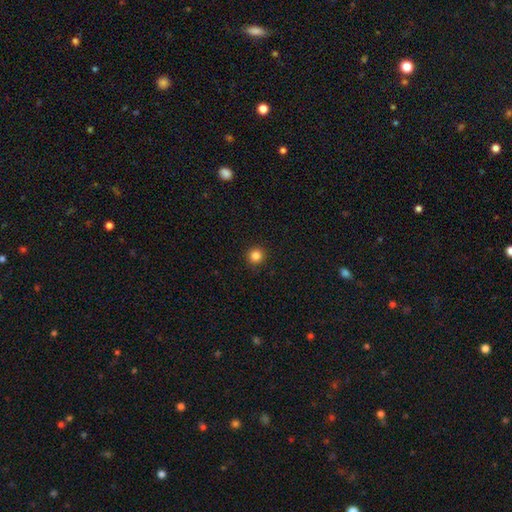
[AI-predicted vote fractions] A smooth galaxy with no disk features (84%) that is round (95%).

Vote fractions:
- Smooth or featured? smooth: 84% / star or artifact: 12% / featured or disk: 4%
- How rounded? round: 95% / in between: 5% / cigar-shaped: 1%
- Merging? none: 93% / minor disturbance: 5% / major disturbance: 2% / merger: 1%